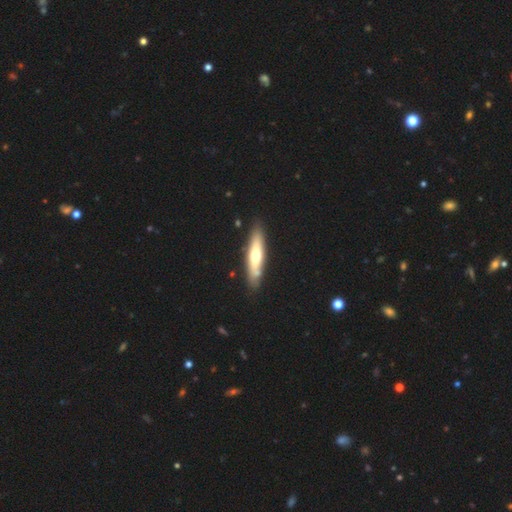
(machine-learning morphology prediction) type=smooth (51%); roundness=cigar-shaped (76%); merging=none (82%).